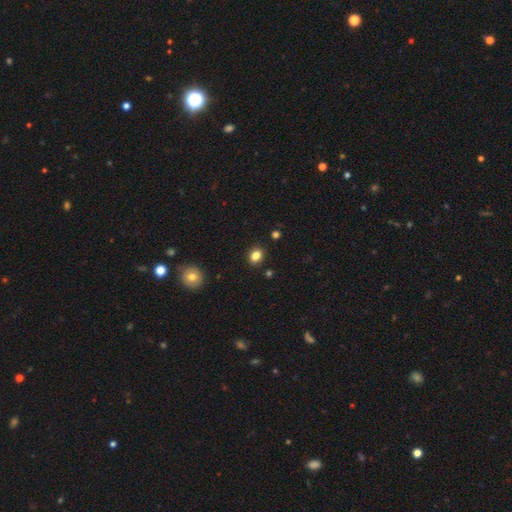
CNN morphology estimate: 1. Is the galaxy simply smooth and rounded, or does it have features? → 83% smooth, 12% star or artifact, 6% featured or disk.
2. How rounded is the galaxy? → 51% round, 48% in between, 1% cigar-shaped.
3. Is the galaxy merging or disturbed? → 88% none, 8% minor disturbance, 2% major disturbance, 2% merger.